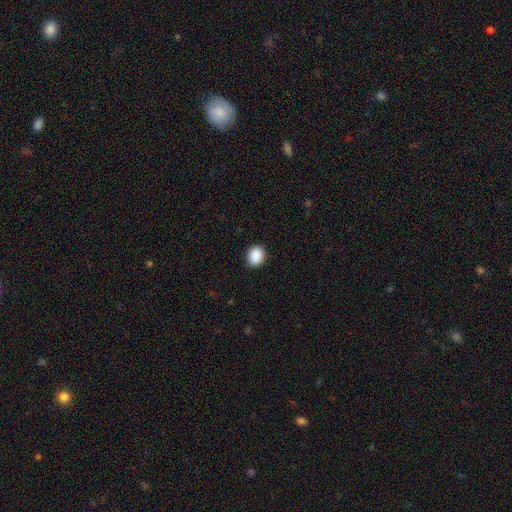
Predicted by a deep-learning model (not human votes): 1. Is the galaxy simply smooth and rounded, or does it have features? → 90% smooth, 8% star or artifact, 2% featured or disk.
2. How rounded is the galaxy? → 59% round, 41% in between, 1% cigar-shaped.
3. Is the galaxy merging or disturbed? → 91% none, 6% minor disturbance, 2% major disturbance, 1% merger.